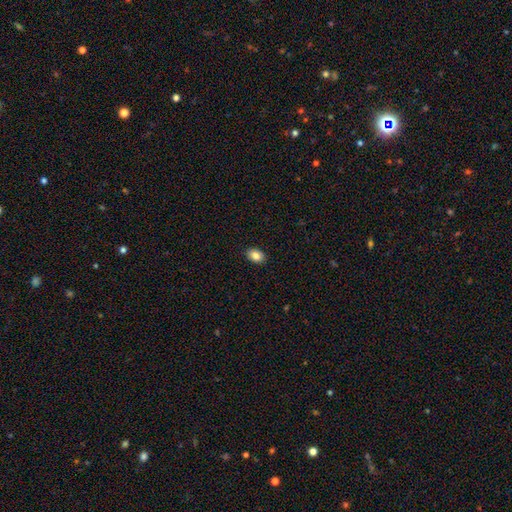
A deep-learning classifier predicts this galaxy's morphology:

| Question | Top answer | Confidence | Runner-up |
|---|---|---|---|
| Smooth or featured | smooth | 85% | star or artifact (8%) |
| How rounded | in between | 79% | round (20%) |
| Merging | none | 90% | minor disturbance (7%) |